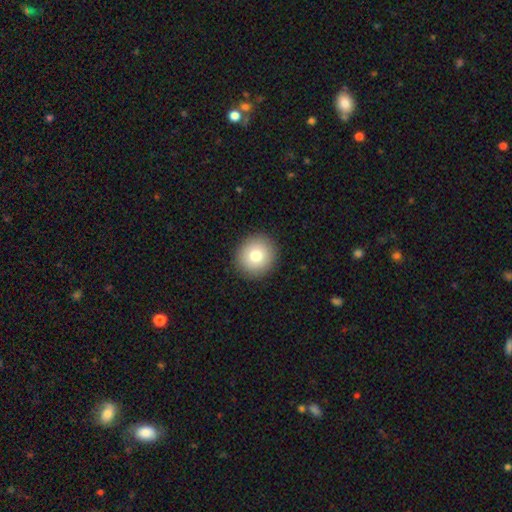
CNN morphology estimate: smooth 79%, featured or disk 12%, star or artifact 10%. Down the decision tree: how rounded — round (90%); merging — none (91%).